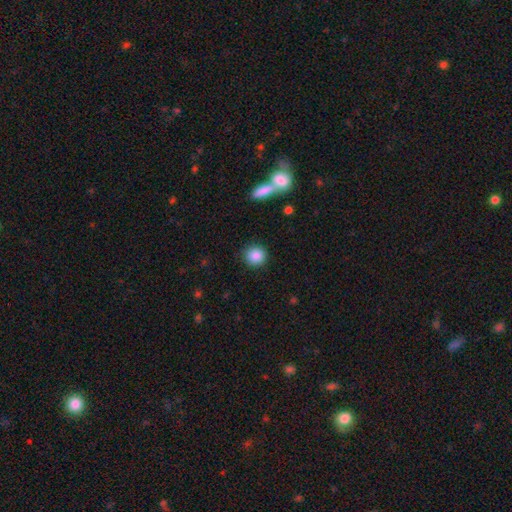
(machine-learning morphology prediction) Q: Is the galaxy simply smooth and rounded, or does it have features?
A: smooth — 87%.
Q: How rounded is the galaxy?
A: round — 90%.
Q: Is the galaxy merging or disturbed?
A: none — 90%.